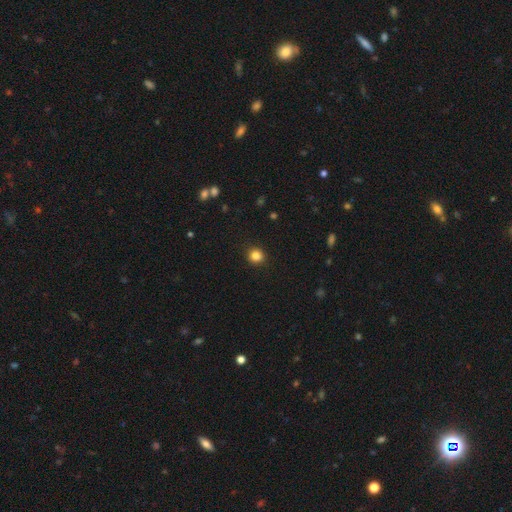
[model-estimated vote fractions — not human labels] smooth-or-featured: smooth: 85% | star or artifact: 11% | featured or disk: 4%
  how-rounded: round: 87% | in between: 12% | cigar-shaped: 1%
  merging: none: 91% | minor disturbance: 6% | major disturbance: 2% | merger: 1%